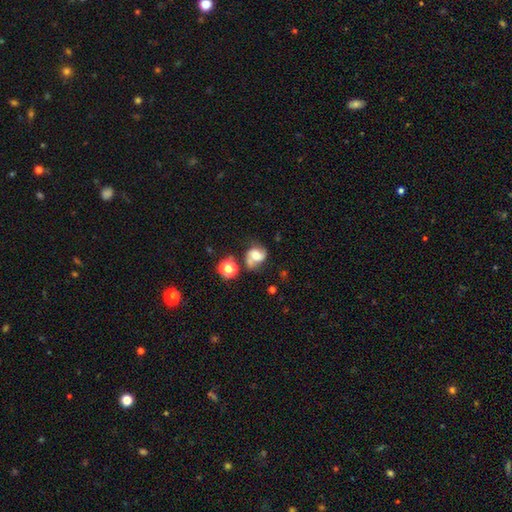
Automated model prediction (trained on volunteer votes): A featured or disk galaxy (59%) with no bar (53%), 2 (84%) medium (44%) spiral arms (90%) and a moderate central bulge (29%). Merging: none (52%).